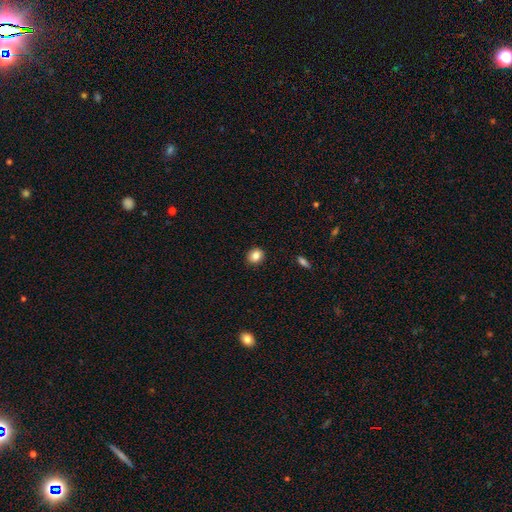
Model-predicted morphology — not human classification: type=smooth (84%); roundness=round (72%); merging=none (91%).